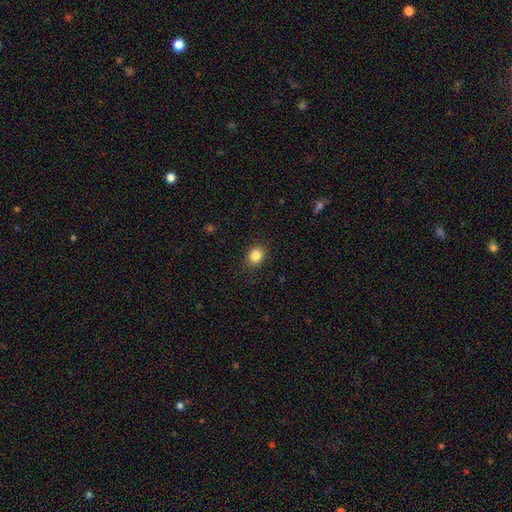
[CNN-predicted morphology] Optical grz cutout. It shows a smooth galaxy with no disk features (85%) that is round (60%). Merging: none (88%).